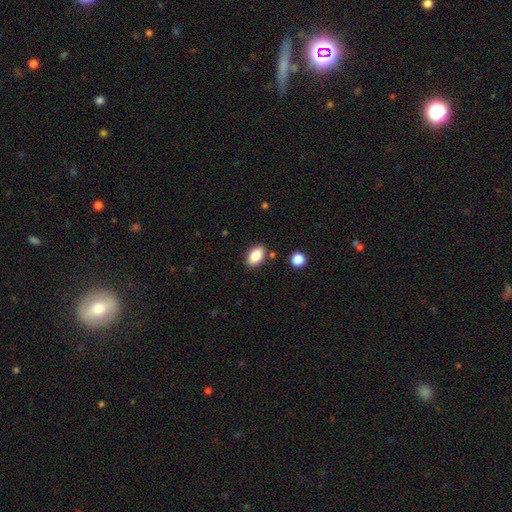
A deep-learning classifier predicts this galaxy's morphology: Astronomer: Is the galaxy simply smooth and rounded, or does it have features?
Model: smooth — 85%.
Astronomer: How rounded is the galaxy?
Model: in between — 90%.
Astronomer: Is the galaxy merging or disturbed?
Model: none — 84%.